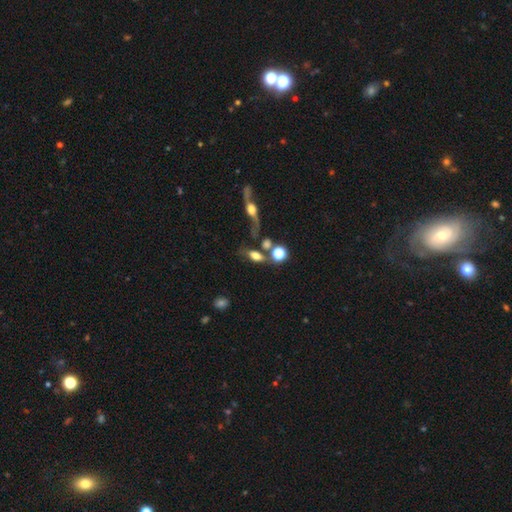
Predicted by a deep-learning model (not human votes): Morphology: type=smooth (59%); roundness=in between (72%); merging=none (43%).